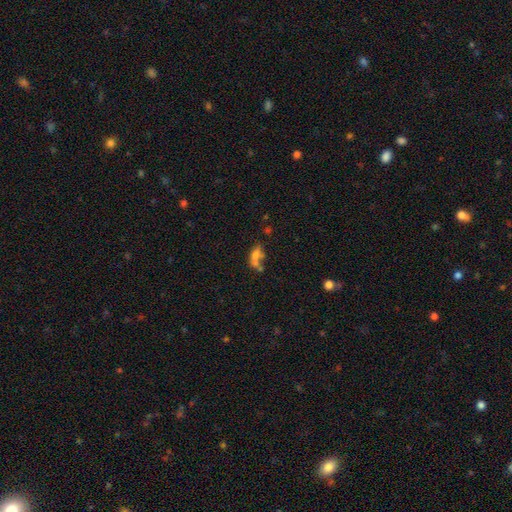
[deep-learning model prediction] This is likely a smooth galaxy (61%). How rounded: likely in between (75%). Merging: marginally merger (41%).